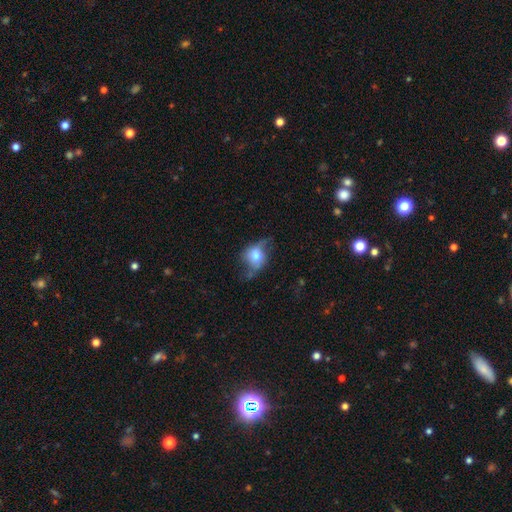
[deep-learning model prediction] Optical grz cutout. It shows a smooth galaxy with no disk features (50%) that is round (51%). Merging: none (45%).